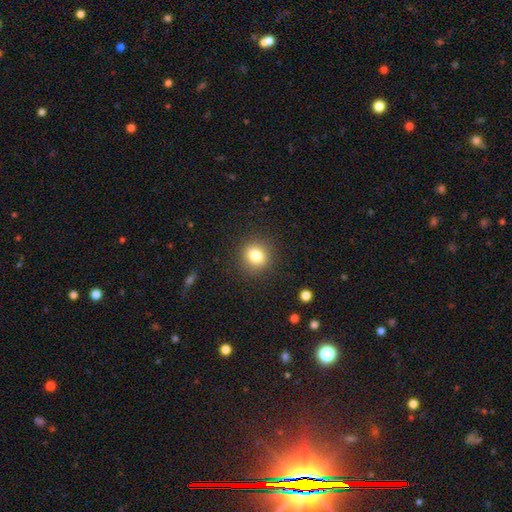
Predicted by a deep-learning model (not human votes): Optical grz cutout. It shows a smooth galaxy with no disk features (81%) that is round (82%). Merging: none (89%).